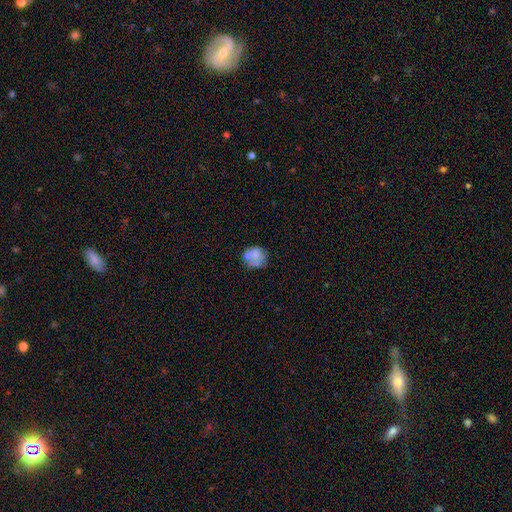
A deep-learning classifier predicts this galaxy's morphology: smooth 57%, featured or disk 34%, star or artifact 10%. Down the decision tree: how rounded — round (65%); merging — none (44%).